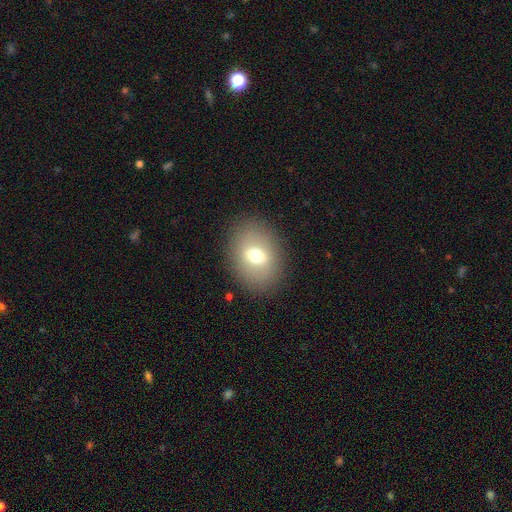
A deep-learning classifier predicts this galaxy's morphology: This appears to be a smooth galaxy with no disk features (66%) that is in between round and cigar-shaped (66%). Merging: none (86%).